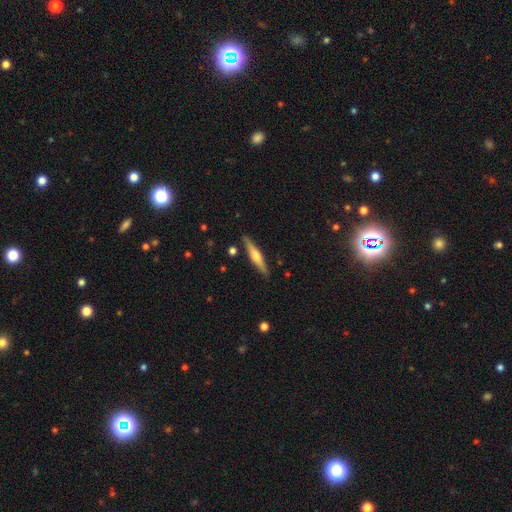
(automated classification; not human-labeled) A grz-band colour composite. It shows a featured or disk galaxy (58%) viewed edge-on (96%) with a rounded central bulge (86%). Merging: none (88%).